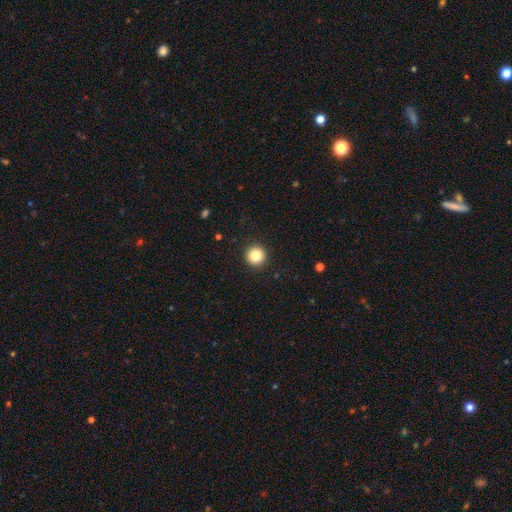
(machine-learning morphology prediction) smooth 84%, star or artifact 10%, featured or disk 6%. Down the decision tree: how rounded — round (96%); merging — none (93%).